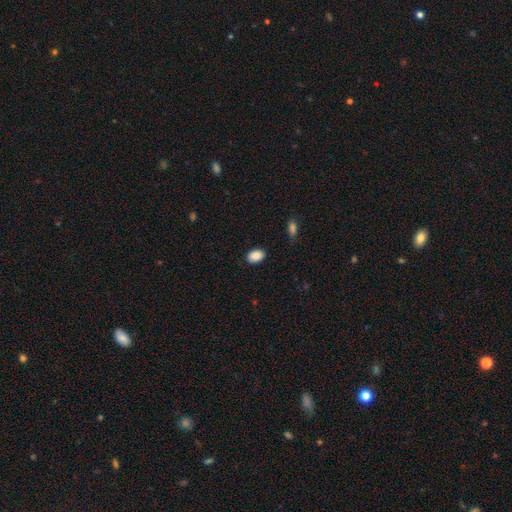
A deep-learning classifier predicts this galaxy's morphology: Overall: smooth (89%). How rounded: in between (84%). Merging: none (86%).